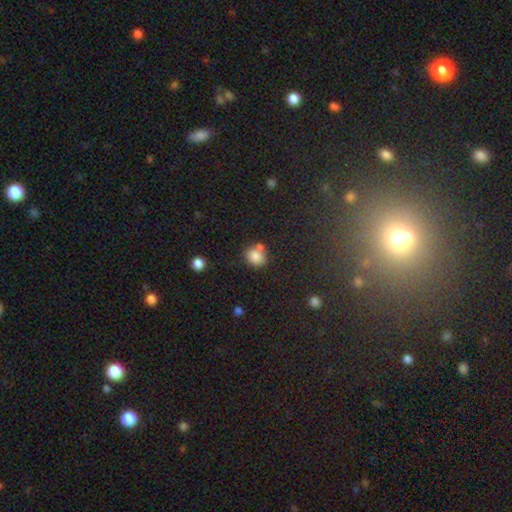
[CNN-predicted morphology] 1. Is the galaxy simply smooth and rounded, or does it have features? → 82% smooth, 11% star or artifact, 8% featured or disk.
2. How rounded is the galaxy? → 70% round, 29% in between, 1% cigar-shaped.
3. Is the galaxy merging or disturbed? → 55% none, 27% merger, 14% minor disturbance, 4% major disturbance.